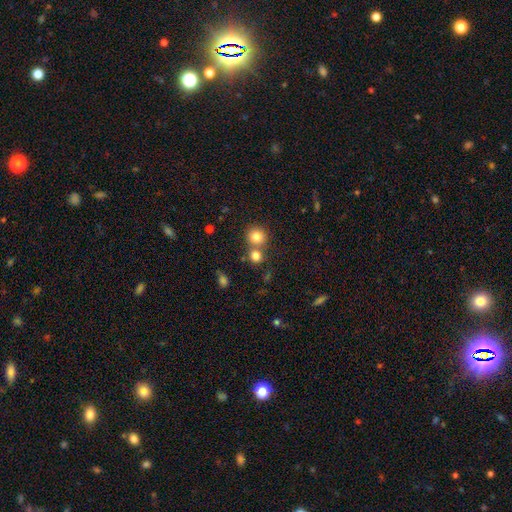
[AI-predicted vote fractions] Morphology: type=smooth (78%); roundness=round (86%); merging=none (56%).